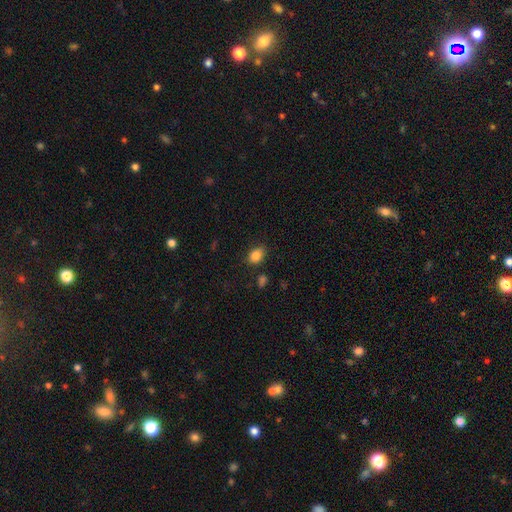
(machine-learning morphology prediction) Overall: smooth (84%). How rounded: in between (70%). Merging: none (78%).